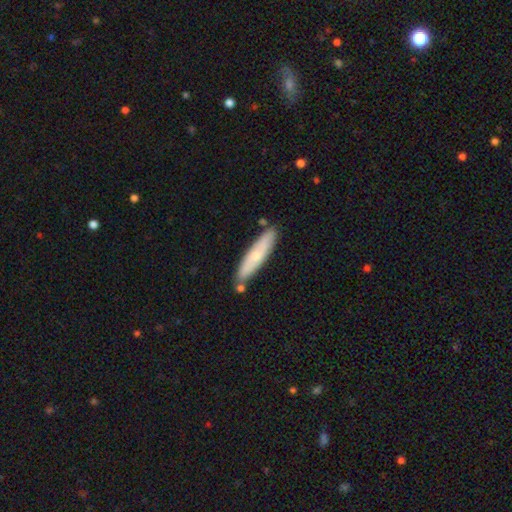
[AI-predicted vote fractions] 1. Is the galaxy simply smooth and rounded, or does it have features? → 67% smooth, 28% featured or disk, 5% star or artifact.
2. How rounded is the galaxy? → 85% cigar-shaped, 14% in between, 1% round.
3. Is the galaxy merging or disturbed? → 80% none, 12% minor disturbance, 6% merger, 2% major disturbance.